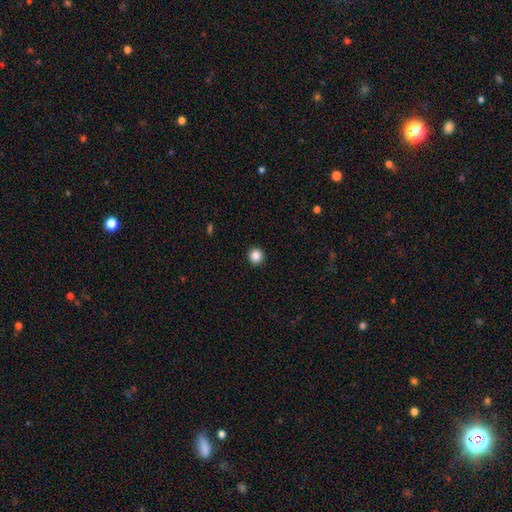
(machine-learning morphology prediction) This appears to be a smooth galaxy with no disk features (86%) that is round (93%). Merging: none (93%).